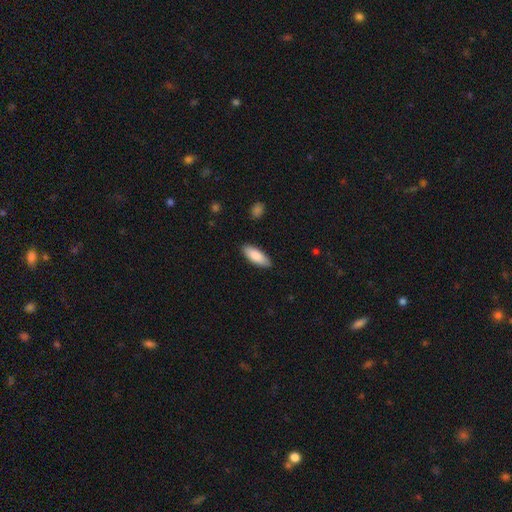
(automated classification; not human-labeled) smooth_or_featured: smooth (p=0.85) [alt: featured or disk p=0.10]
how_rounded: in between (p=0.72) [alt: cigar-shaped p=0.26]
merging: none (p=0.88) [alt: minor disturbance p=0.09]